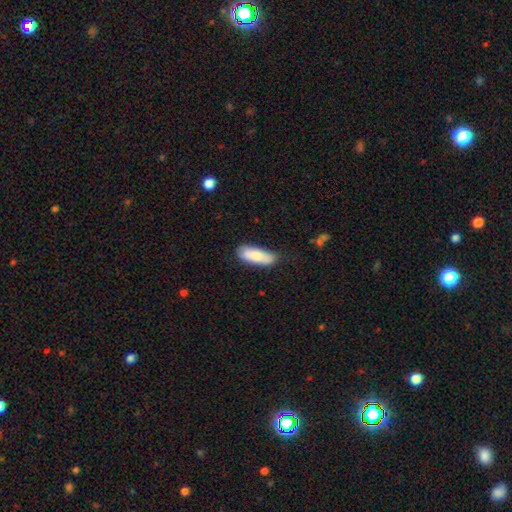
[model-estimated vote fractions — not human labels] Smooth or featured: smooth — 84% (featured or disk — 10%)
How rounded: in between — 68% (cigar-shaped — 30%)
Merging: none — 72% (minor disturbance — 22%)